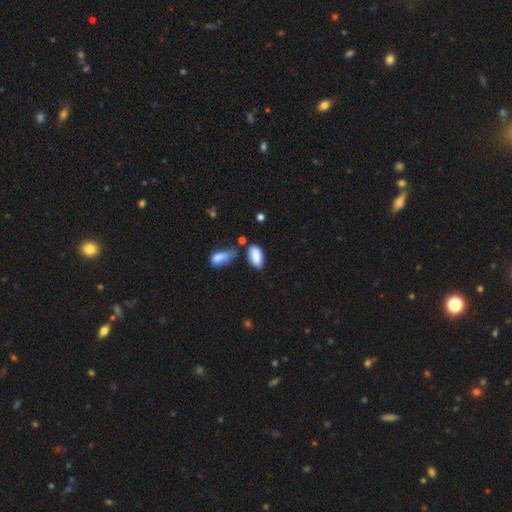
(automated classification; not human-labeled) A smooth galaxy with no disk features (86%) that is in between round and cigar-shaped (93%). Merging: none (52%).